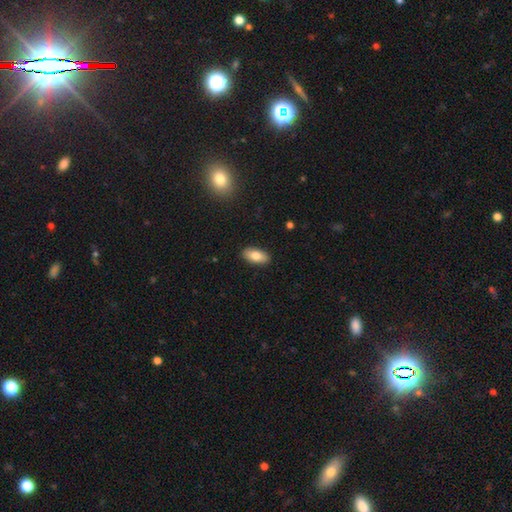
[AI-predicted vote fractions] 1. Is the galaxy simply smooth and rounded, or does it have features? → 81% smooth, 12% featured or disk, 7% star or artifact.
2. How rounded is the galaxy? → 89% in between, 8% cigar-shaped, 3% round.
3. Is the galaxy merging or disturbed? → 89% none, 8% minor disturbance, 2% major disturbance, 1% merger.